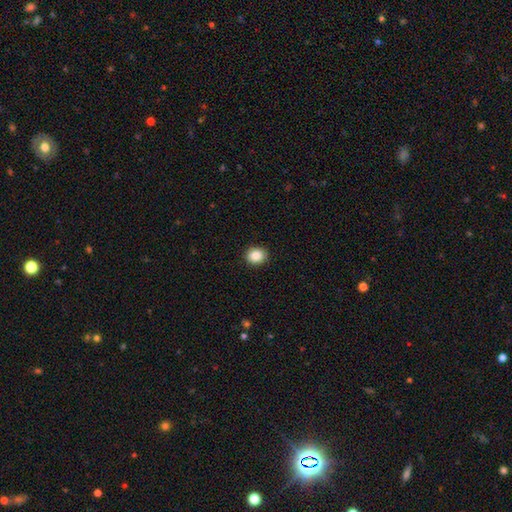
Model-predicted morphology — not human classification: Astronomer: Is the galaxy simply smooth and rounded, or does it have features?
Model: smooth — 88%.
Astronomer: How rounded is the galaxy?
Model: round — 69%.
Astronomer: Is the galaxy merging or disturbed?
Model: none — 91%.